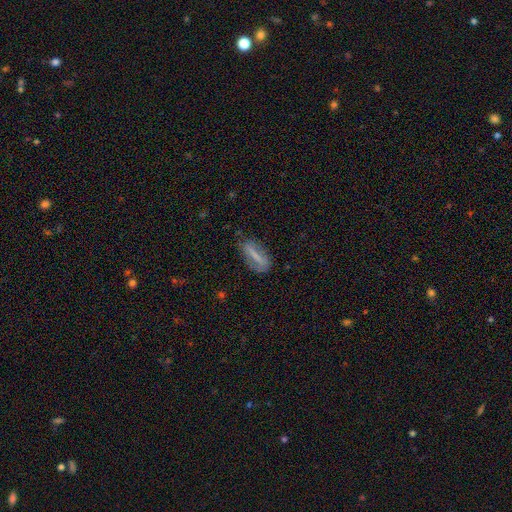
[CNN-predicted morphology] smooth_or_featured: smooth (p=0.53) [alt: featured or disk p=0.37]
how_rounded: in between (p=0.54) [alt: cigar-shaped p=0.42]
merging: none (p=0.69) [alt: minor disturbance p=0.20]